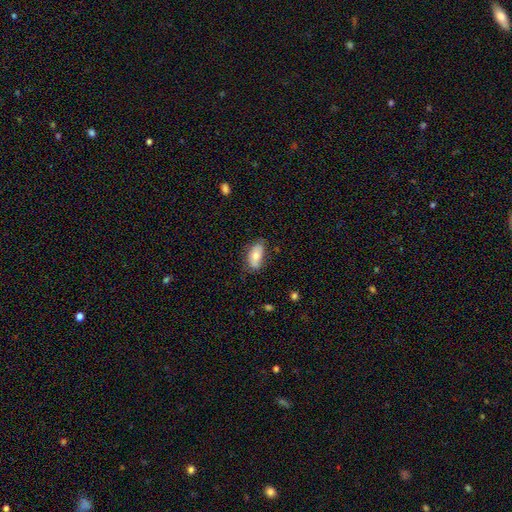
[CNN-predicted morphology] Smooth or featured? smooth (71%)
How rounded? in between (91%)
Merging? none (66%)